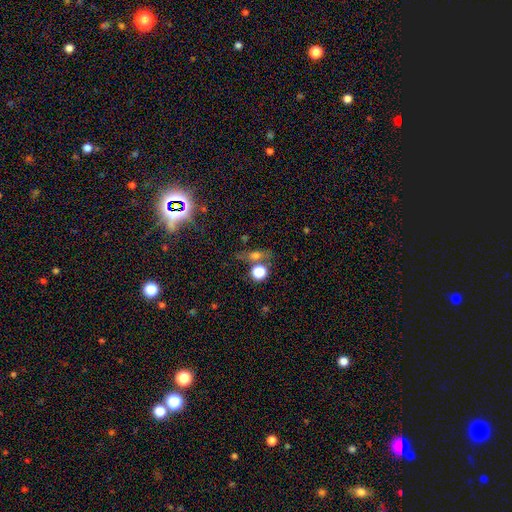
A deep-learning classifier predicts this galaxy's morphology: Smooth or featured? smooth (57%)
How rounded? in between (44%)
Merging? none (62%)